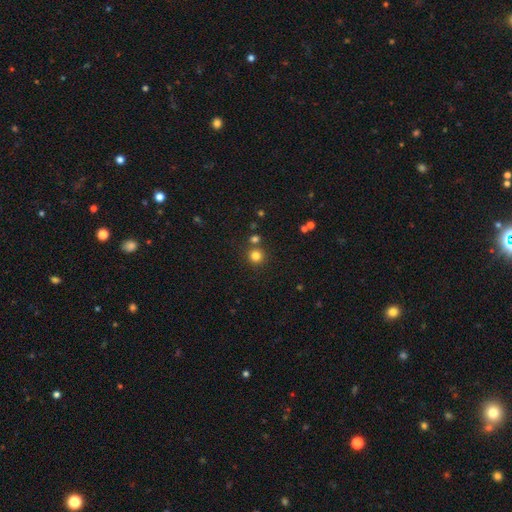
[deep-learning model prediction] Overall: smooth (80%). How rounded: round (93%). Merging: none (78%).